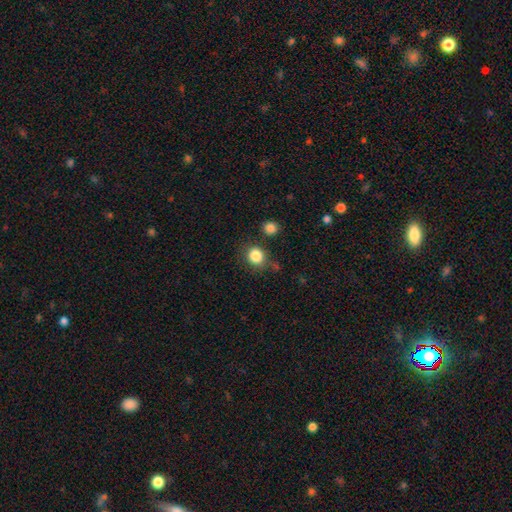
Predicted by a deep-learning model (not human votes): smooth 85%, star or artifact 10%, featured or disk 5%. Down the decision tree: how rounded — round (81%); merging — none (74%).